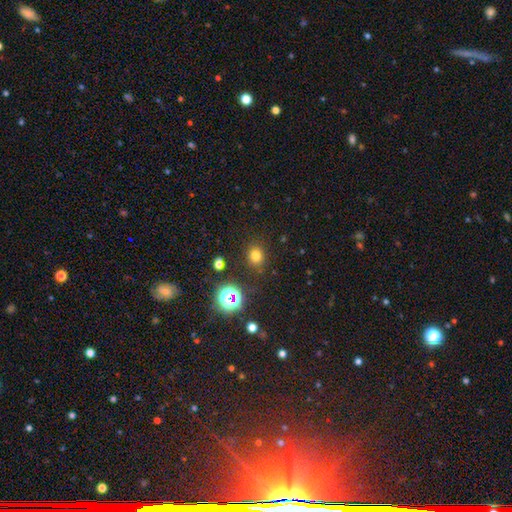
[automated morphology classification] The model was most divided on "how rounded": round: 74%, in between: 25%, cigar-shaped: 1%. More confident: merging — none (86%); smooth or featured — smooth (75%).